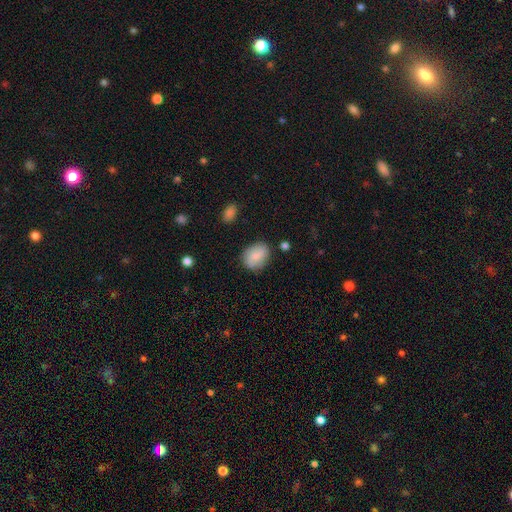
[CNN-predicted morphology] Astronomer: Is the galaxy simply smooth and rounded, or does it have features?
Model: smooth — 77%.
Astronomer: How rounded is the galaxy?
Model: in between — 60% (runner-up: round, 39%).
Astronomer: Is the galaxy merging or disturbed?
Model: none — 80%.